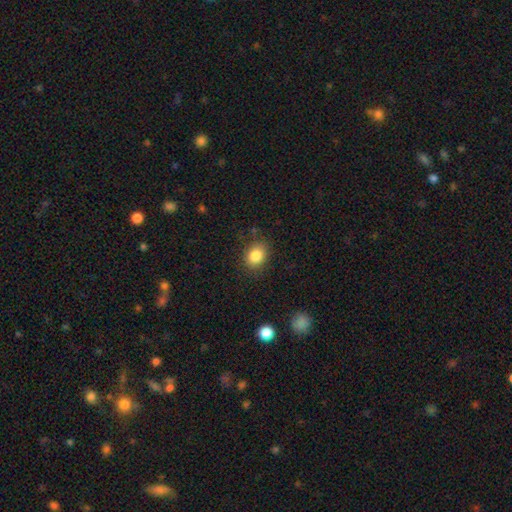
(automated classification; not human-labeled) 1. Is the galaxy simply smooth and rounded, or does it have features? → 85% smooth, 9% star or artifact, 6% featured or disk.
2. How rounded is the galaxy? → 54% in between, 45% round, 1% cigar-shaped.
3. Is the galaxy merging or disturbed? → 83% none, 12% minor disturbance, 3% major disturbance, 2% merger.